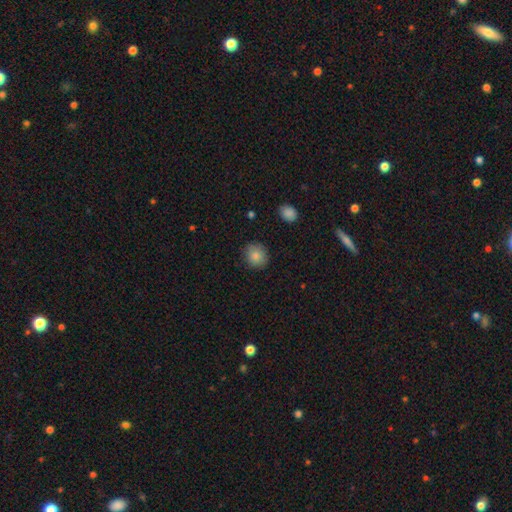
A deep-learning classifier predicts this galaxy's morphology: smooth_or_featured: smooth (p=0.85) [alt: star or artifact p=0.09]
how_rounded: round (p=0.81) [alt: in between p=0.18]
merging: none (p=0.85) [alt: minor disturbance p=0.11]